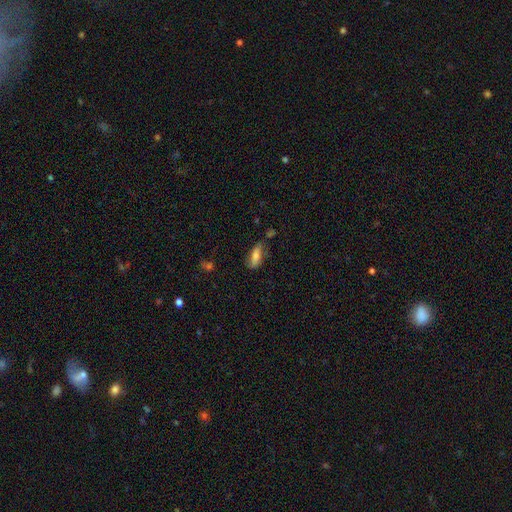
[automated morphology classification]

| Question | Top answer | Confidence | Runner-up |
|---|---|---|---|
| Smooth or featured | smooth | 72% | featured or disk (20%) |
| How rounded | in between | 72% | cigar-shaped (25%) |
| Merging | none | 60% | minor disturbance (26%) |